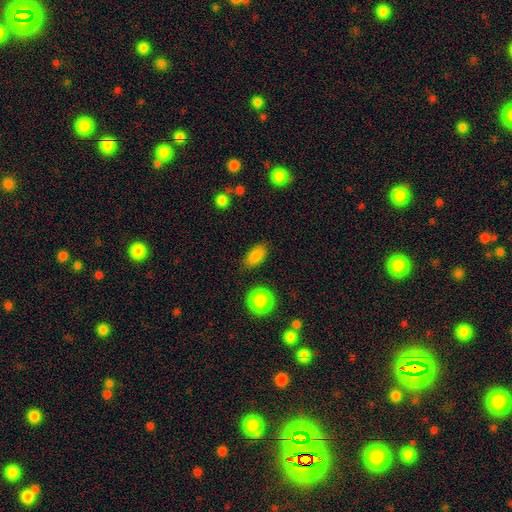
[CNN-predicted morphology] smooth_or_featured: smooth (p=0.87) [alt: star or artifact p=0.09]
how_rounded: in between (p=0.87) [alt: round p=0.08]
merging: none (p=0.82) [alt: minor disturbance p=0.12]